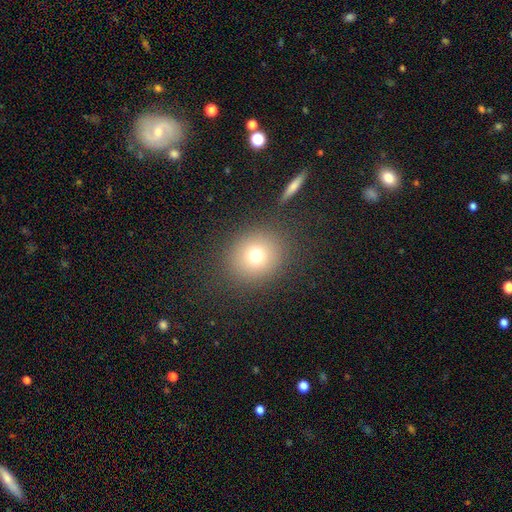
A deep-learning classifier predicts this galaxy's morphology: Smooth or featured?
  - smooth: 72% *
  - star or artifact: 17%
  - featured or disk: 11%
How rounded?
  - round: 84% *
  - in between: 15%
  - cigar-shaped: 1%
Merging?
  - none: 85% *
  - minor disturbance: 8%
  - major disturbance: 5%
  - merger: 2%